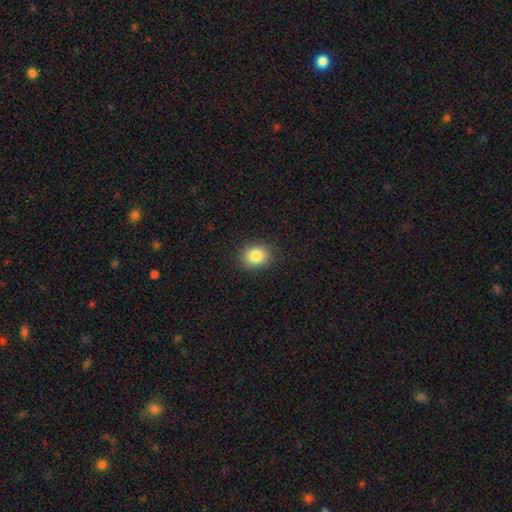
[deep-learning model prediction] The model was most divided on "how rounded": round: 56%, in between: 43%, cigar-shaped: 1%. More confident: merging — none (89%); smooth or featured — smooth (85%).